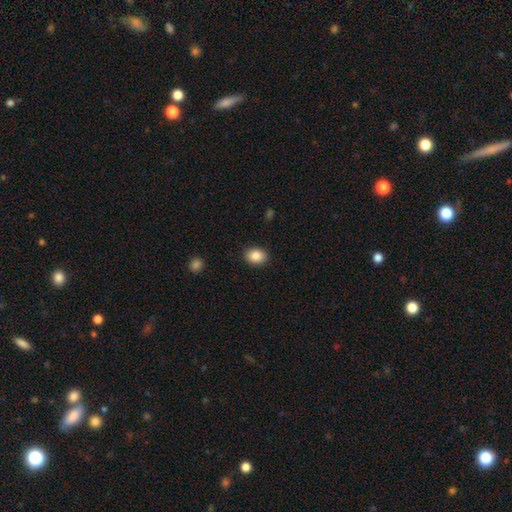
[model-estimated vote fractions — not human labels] Morphology: type=smooth (87%); roundness=in between (57%); merging=none (89%).